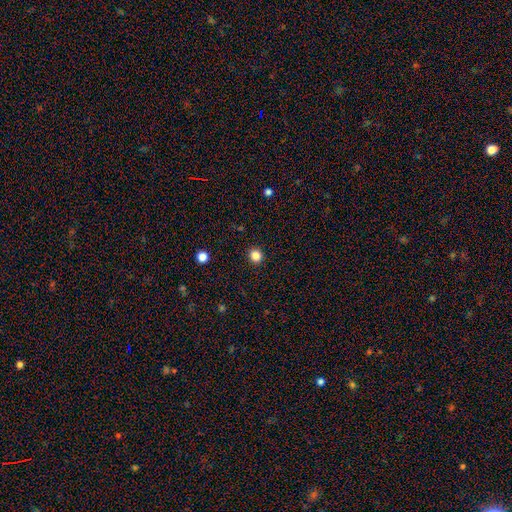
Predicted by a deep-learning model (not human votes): smooth-or-featured: smooth: 84% | star or artifact: 12% | featured or disk: 3%
  how-rounded: round: 90% | in between: 9% | cigar-shaped: 1%
  merging: none: 93% | minor disturbance: 5% | major disturbance: 2% | merger: 1%